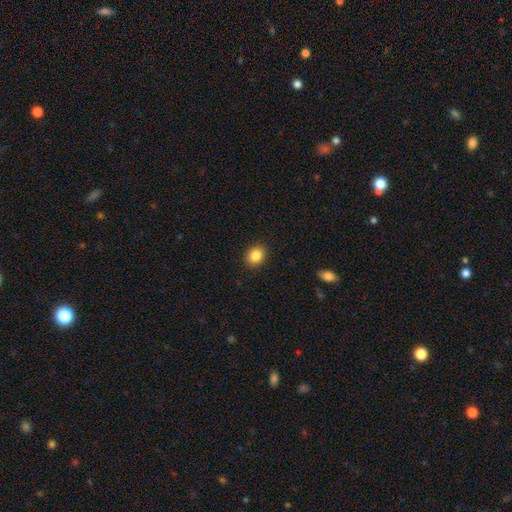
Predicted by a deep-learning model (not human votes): Smooth or featured? smooth (85%)
How rounded? round (56%)
Merging? none (91%)